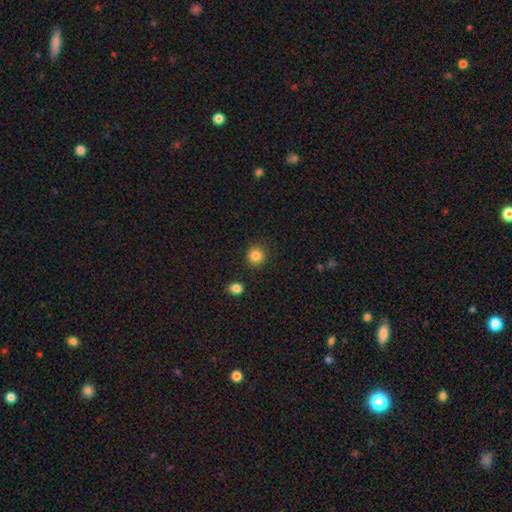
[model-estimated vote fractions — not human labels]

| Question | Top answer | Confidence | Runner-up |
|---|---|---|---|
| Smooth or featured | smooth | 85% | star or artifact (11%) |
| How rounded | round | 92% | in between (8%) |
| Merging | none | 90% | minor disturbance (6%) |